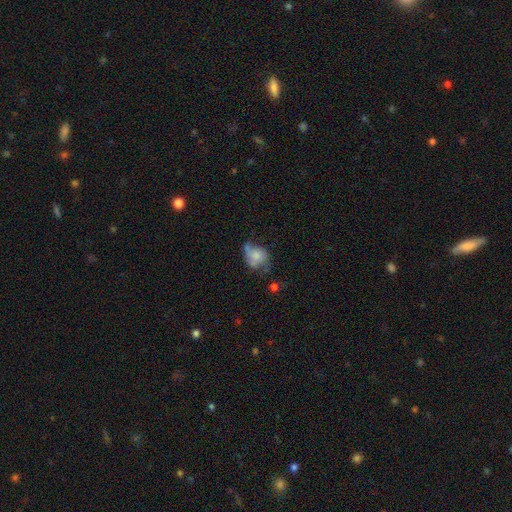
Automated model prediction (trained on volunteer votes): A smooth galaxy with no disk features (53%) that is in between round and cigar-shaped (51%).

Vote fractions:
- Smooth or featured? smooth: 53% / featured or disk: 37% / star or artifact: 9%
- How rounded? in between: 51% / round: 48% / cigar-shaped: 1%
- Merging? none: 34% / minor disturbance: 32% / major disturbance: 27% / merger: 6%